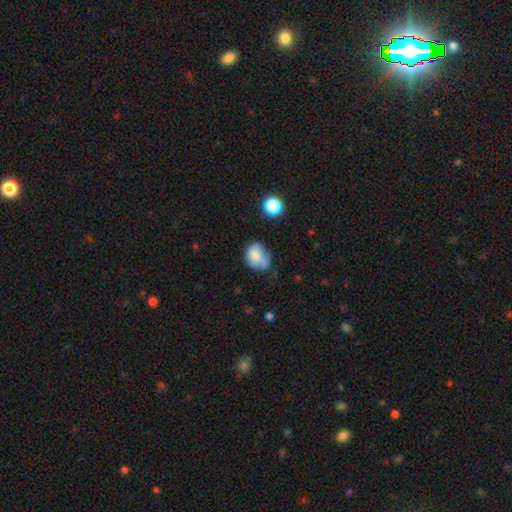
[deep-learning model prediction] Q: Smooth or featured?
A: smooth (74%); runner-up: featured or disk (16%)
Q: How rounded?
A: round (51%); runner-up: in between (48%)
Q: Merging?
A: none (41%); runner-up: minor disturbance (30%)